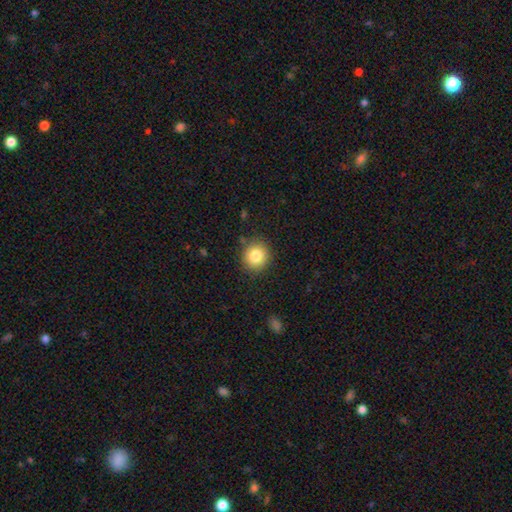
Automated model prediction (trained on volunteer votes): smooth_or_featured: smooth (p=0.82) [alt: star or artifact p=0.10]
how_rounded: round (p=0.90) [alt: in between p=0.09]
merging: none (p=0.88) [alt: minor disturbance p=0.08]